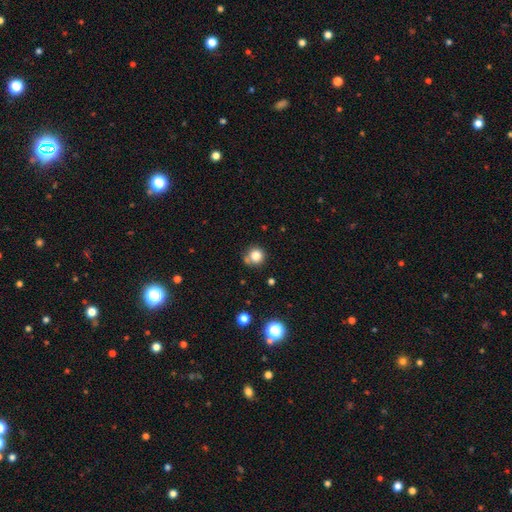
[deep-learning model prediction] The model was most divided on "merging": none: 70%, minor disturbance: 15%, merger: 11%, major disturbance: 5%. More confident: how rounded — round (92%); smooth or featured — smooth (82%).